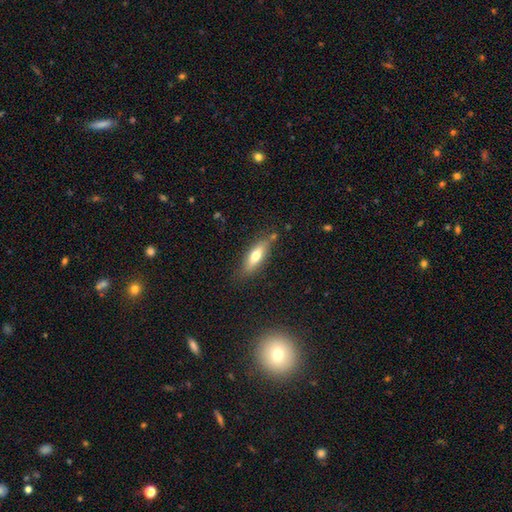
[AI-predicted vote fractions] smooth_or_featured: smooth (p=0.63) [alt: featured or disk p=0.30]
how_rounded: in between (p=0.54) [alt: cigar-shaped p=0.43]
merging: none (p=0.76) [alt: minor disturbance p=0.16]